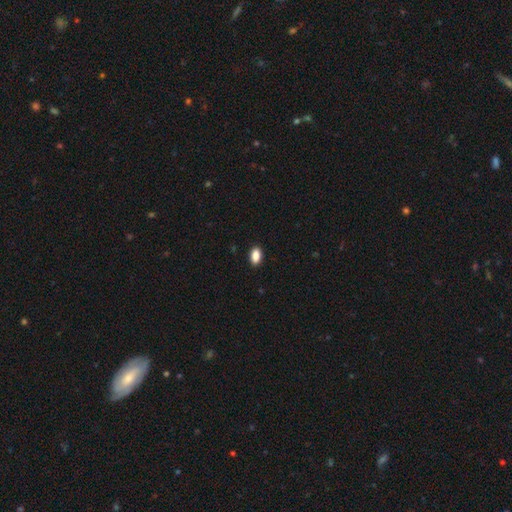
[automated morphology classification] type=smooth (89%); roundness=in between (92%); merging=none (90%).